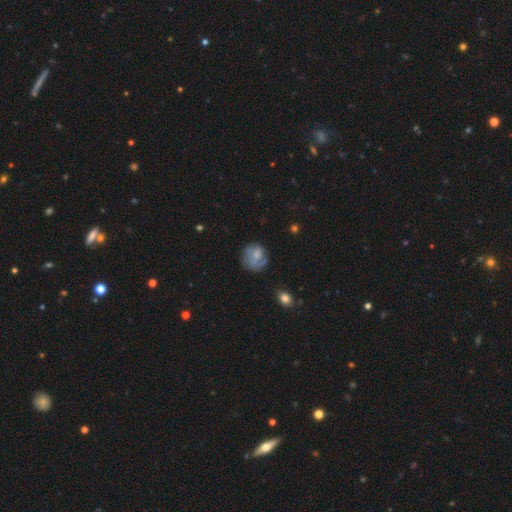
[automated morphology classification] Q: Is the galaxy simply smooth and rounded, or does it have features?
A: smooth — 61%.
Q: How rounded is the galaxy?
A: round — 75%.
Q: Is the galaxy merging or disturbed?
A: none — 58%.